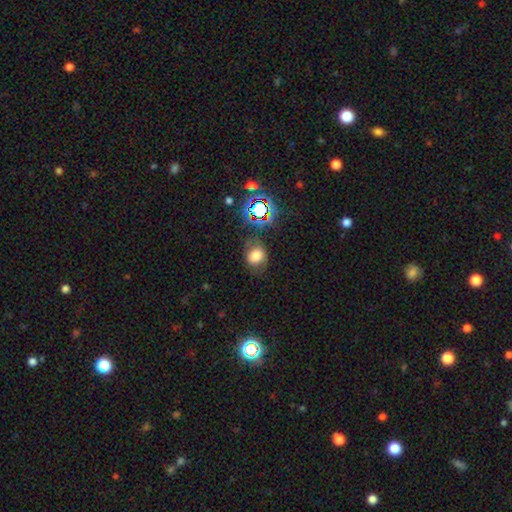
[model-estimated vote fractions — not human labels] Smooth or featured?
  - smooth: 69% *
  - star or artifact: 17%
  - featured or disk: 14%
How rounded?
  - round: 59% *
  - in between: 40%
  - cigar-shaped: 1%
Merging?
  - none: 66% *
  - minor disturbance: 21%
  - major disturbance: 9%
  - merger: 3%